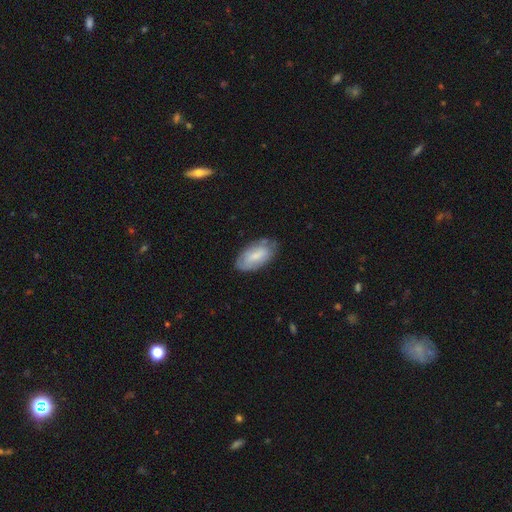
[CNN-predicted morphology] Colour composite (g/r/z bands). It shows a smooth galaxy with no disk features (61%) that is in between round and cigar-shaped (93%). Merging: none (67%).